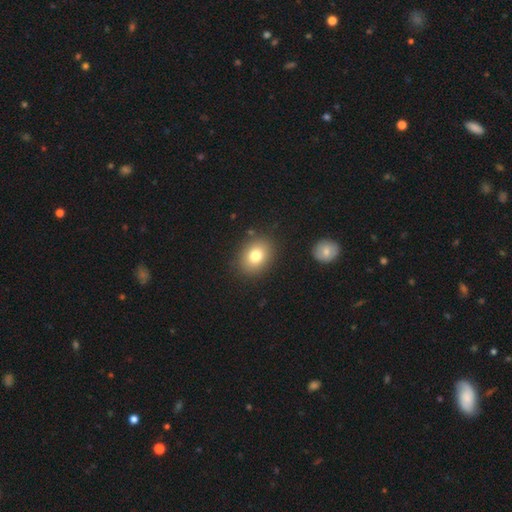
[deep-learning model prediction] A smooth galaxy with no disk features (79%) that is in between round and cigar-shaped (56%).

Vote fractions:
- Smooth or featured? smooth: 79% / featured or disk: 11% / star or artifact: 10%
- How rounded? in between: 56% / round: 44% / cigar-shaped: 1%
- Merging? none: 86% / minor disturbance: 9% / major disturbance: 3% / merger: 3%